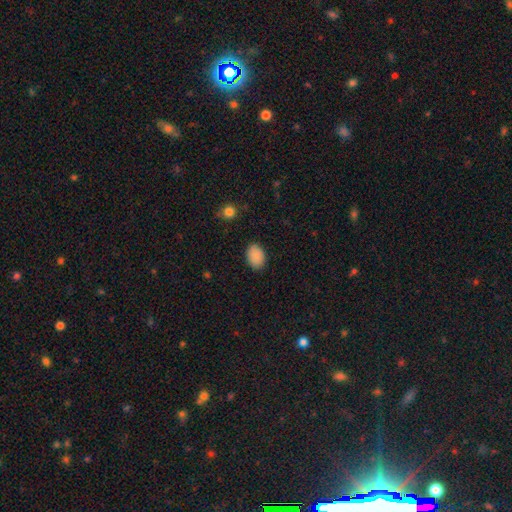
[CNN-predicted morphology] type=smooth (89%); roundness=in between (81%); merging=none (87%).